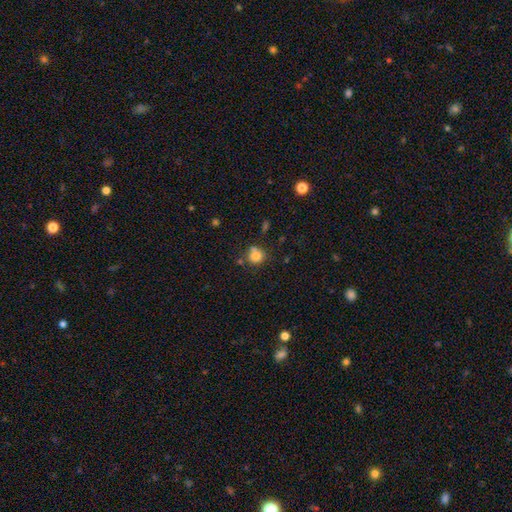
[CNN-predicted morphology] This appears to be a smooth galaxy with no disk features (80%) that is round (81%). Merging: none (58%).